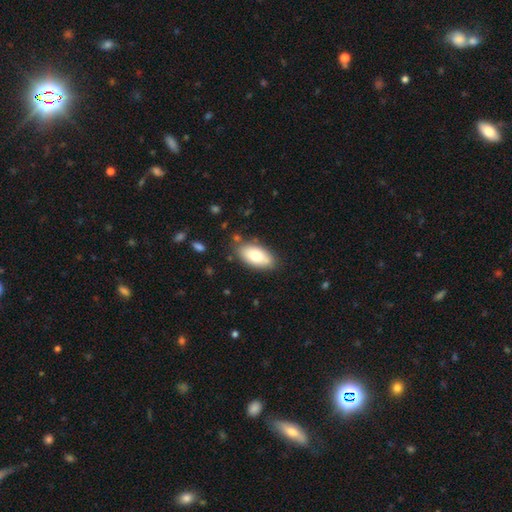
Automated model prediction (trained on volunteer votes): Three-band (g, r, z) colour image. It shows a smooth galaxy with no disk features (75%) that is in between round and cigar-shaped (92%). Merging: none (81%).